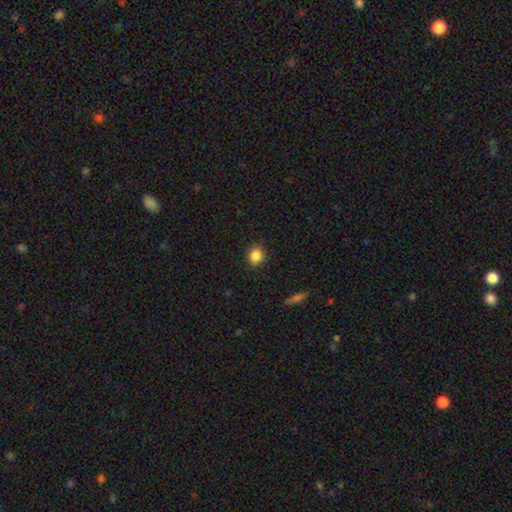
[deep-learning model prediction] Morphology: type=smooth (86%); roundness=round (81%); merging=none (89%).